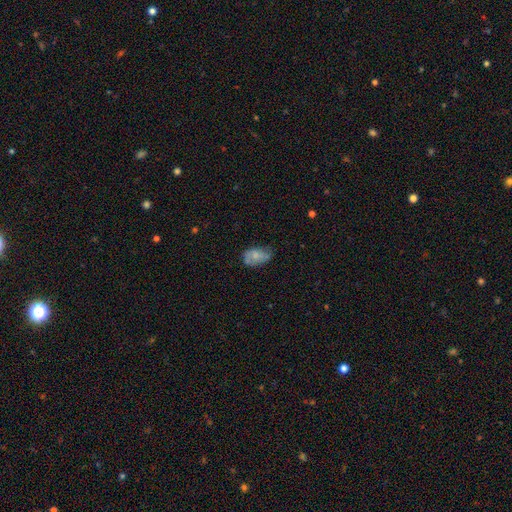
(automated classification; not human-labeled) A smooth galaxy with no disk features (62%) that is in between round and cigar-shaped (89%). Merging: none (48%).